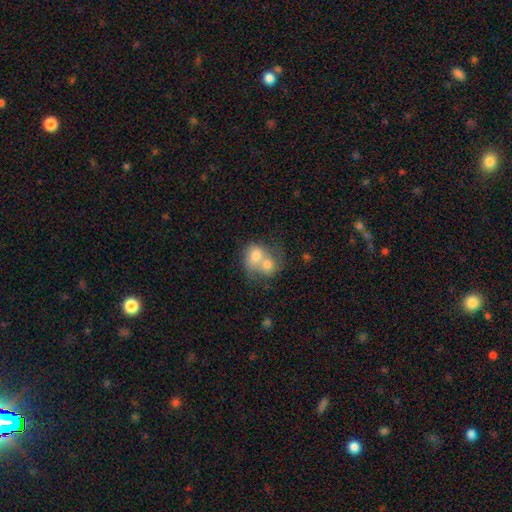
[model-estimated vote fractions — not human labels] A smooth galaxy with no disk features (69%) that is round (61%). Merging: merger (78%).